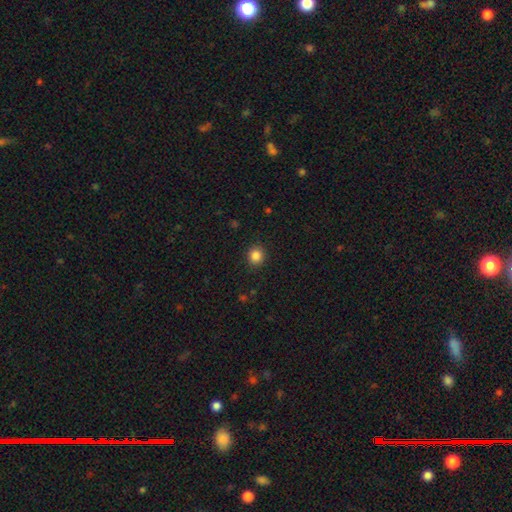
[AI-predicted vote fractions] This is clearly a smooth galaxy (85%). How rounded: clearly round (87%). Merging: clearly none (91%).